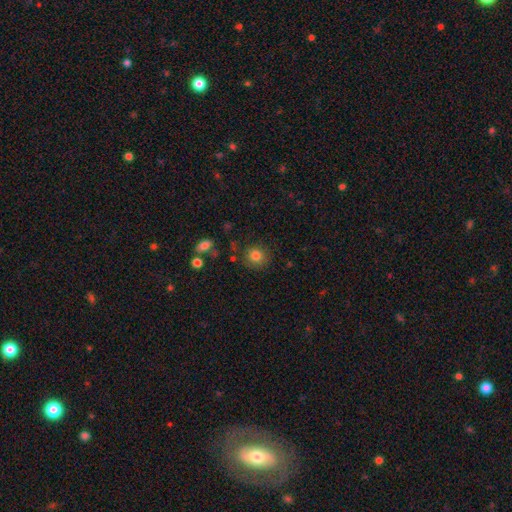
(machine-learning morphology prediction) Smooth or featured? Predicted: smooth (p=0.81). How rounded? Predicted: round (p=0.87). Merging? Predicted: none (p=0.81).